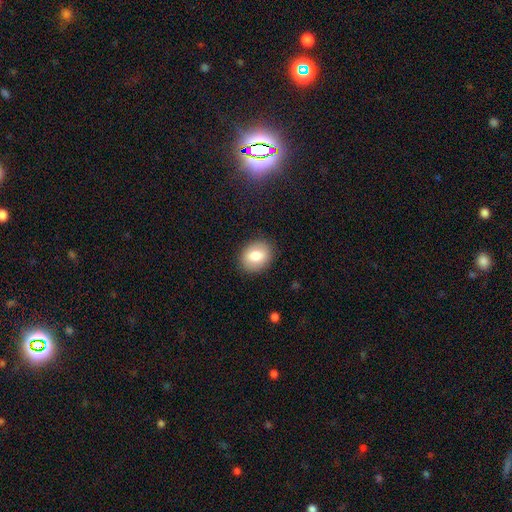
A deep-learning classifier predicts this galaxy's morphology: This is likely a smooth galaxy (79%). How rounded: possibly in between (55%). Merging: clearly none (88%).